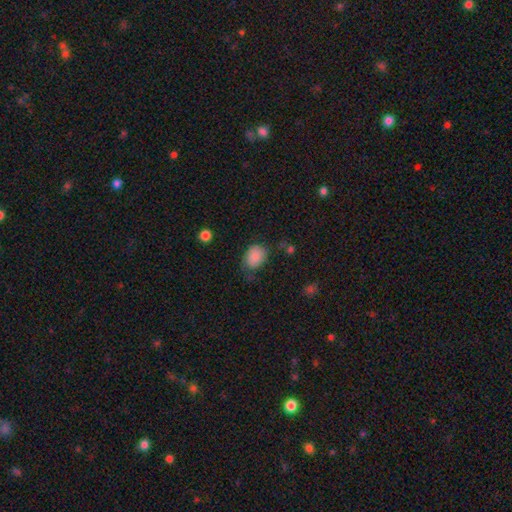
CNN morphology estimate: Overall: smooth (86%). How rounded: in between (60%; round 39%). Merging: none (60%; minor disturbance 28%).